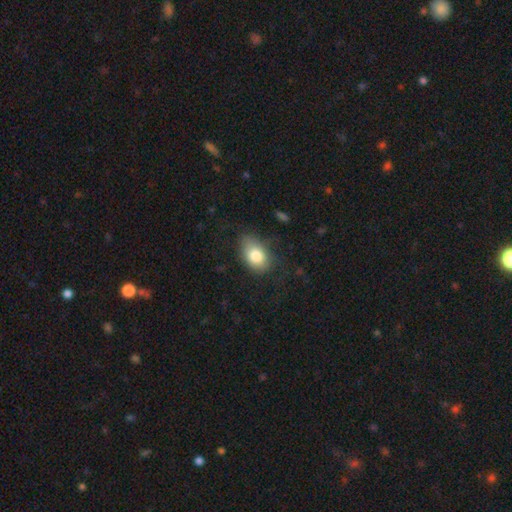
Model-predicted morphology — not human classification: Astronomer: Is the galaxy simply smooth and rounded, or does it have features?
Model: smooth — 80%.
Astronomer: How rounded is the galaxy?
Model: in between — 85%.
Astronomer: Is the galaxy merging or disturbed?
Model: none — 66%.